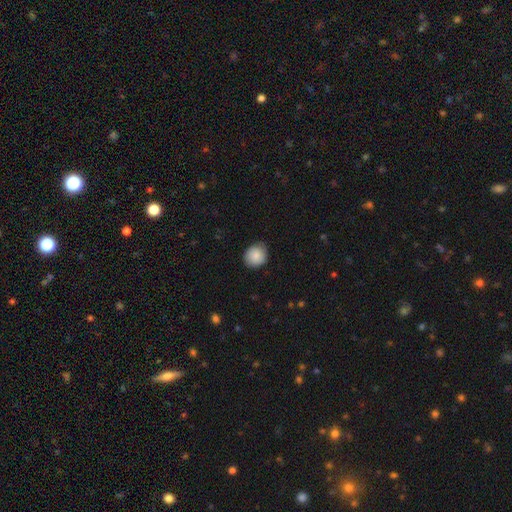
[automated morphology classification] smooth 86%, star or artifact 7%, featured or disk 7%. Down the decision tree: how rounded — round (77%); merging — none (81%).